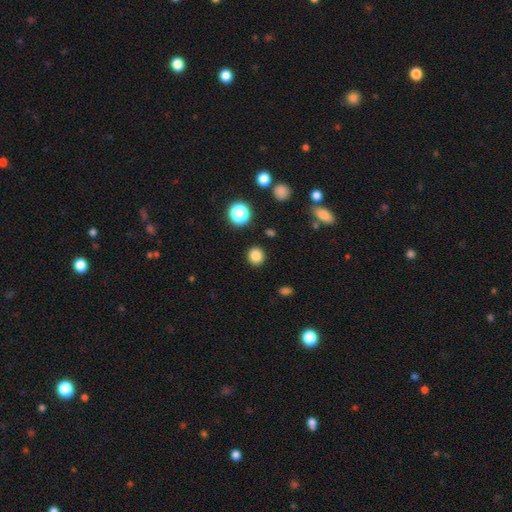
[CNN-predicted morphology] type=smooth (84%); roundness=round (88%); merging=none (90%).